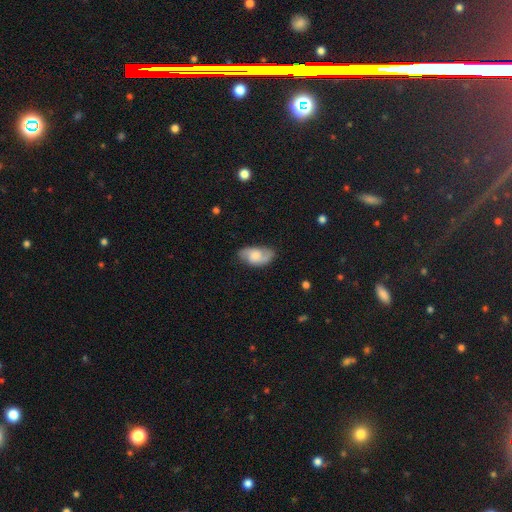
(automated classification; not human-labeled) Smooth or featured? Predicted: featured or disk (p=0.53). Edge-on disk? Predicted: no (p=0.94). Merging? Predicted: none (p=0.74).